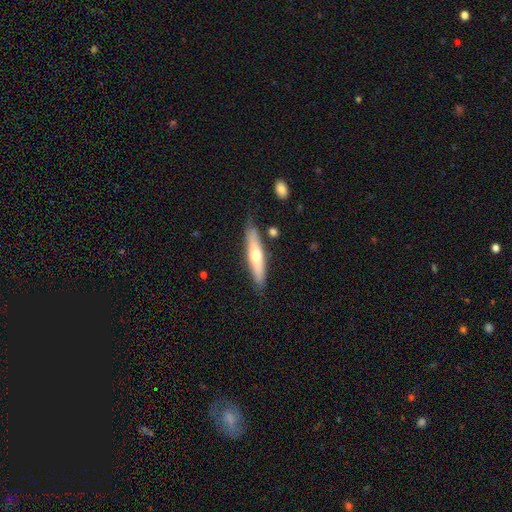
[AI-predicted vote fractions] This is possibly a smooth galaxy (50%). How rounded: likely cigar-shaped (80%). Merging: clearly none (81%).